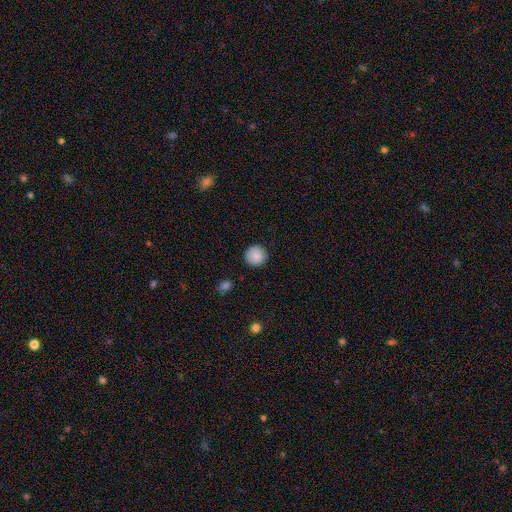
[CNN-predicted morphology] Overall: smooth (87%). How rounded: round (95%). Merging: none (91%).